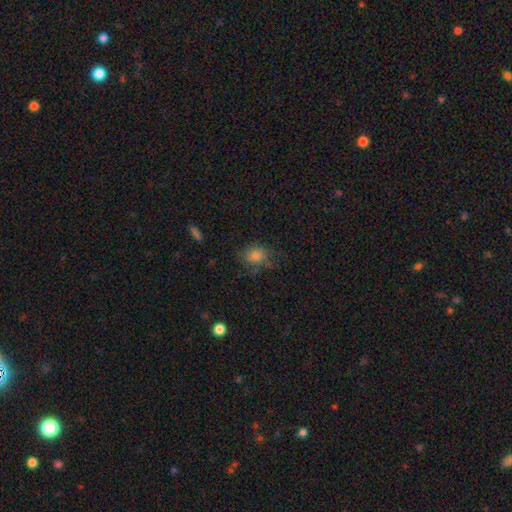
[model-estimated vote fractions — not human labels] smooth-or-featured: smooth: 75% | star or artifact: 14% | featured or disk: 10%
  how-rounded: round: 52% | in between: 47% | cigar-shaped: 1%
  merging: none: 65% | minor disturbance: 22% | major disturbance: 10% | merger: 3%